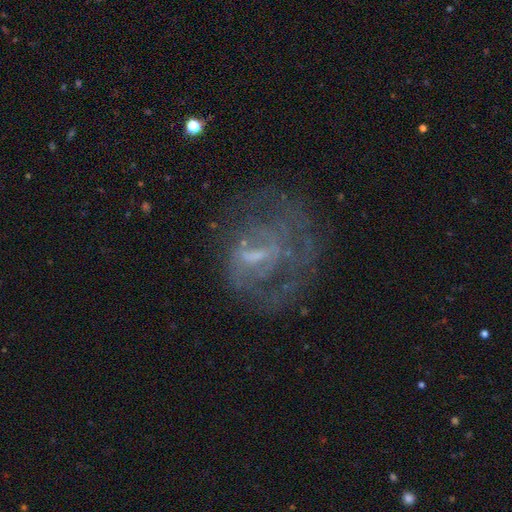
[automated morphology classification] featured or disk 69%, smooth 17%, star or artifact 14%. Down the decision tree: edge-on disk — no (96%); bar — weak (46%); spiral arms — yes (51%); bulge size — small (38%); merging — none (46%).